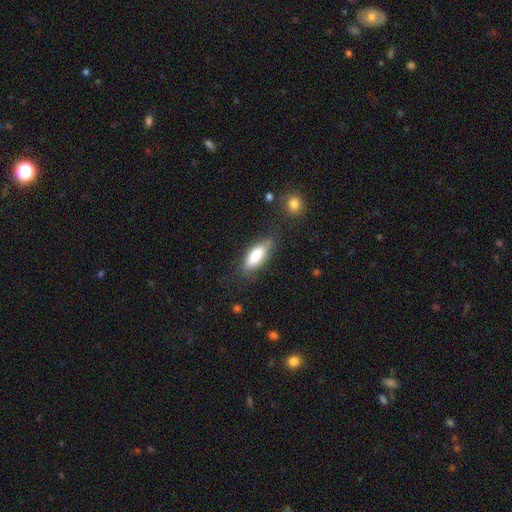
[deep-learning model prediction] Smooth or featured? smooth (81%)
How rounded? in between (74%)
Merging? none (70%)